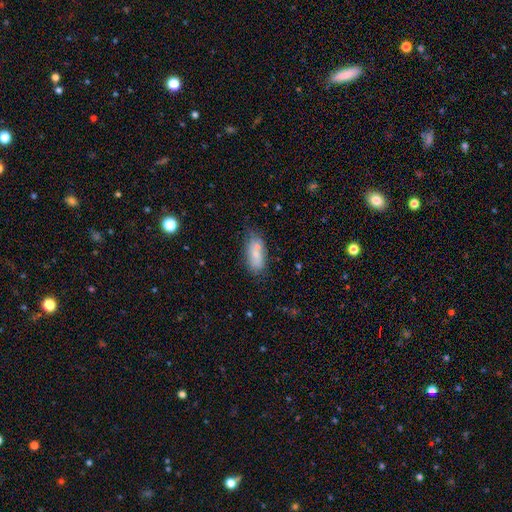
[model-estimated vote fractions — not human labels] Smooth or featured? Predicted: smooth (p=0.74). How rounded? Predicted: in between (p=0.84). Merging? Predicted: none (p=0.55).